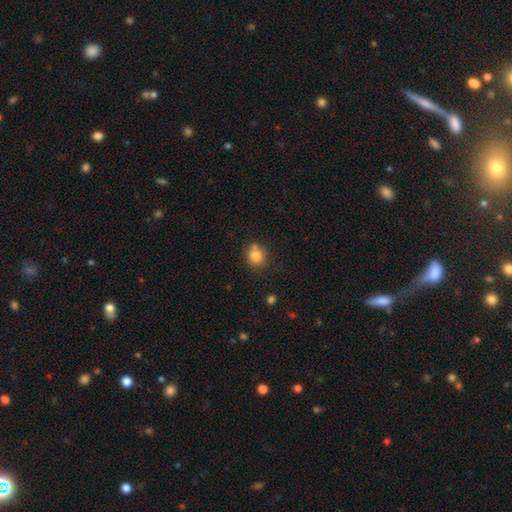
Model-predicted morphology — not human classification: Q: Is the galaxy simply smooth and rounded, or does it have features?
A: smooth — 81%.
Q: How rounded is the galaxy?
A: round — 80%.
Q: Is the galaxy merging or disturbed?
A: none — 66%.